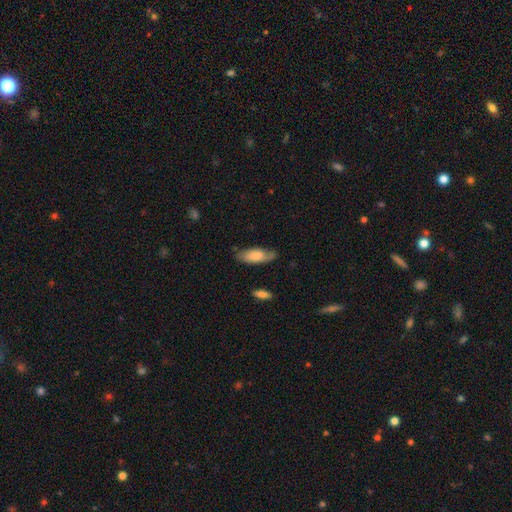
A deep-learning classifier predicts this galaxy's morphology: smooth-or-featured: smooth: 70% | featured or disk: 24% | star or artifact: 6%
  how-rounded: in between: 70% | cigar-shaped: 28% | round: 2%
  merging: none: 68% | minor disturbance: 24% | major disturbance: 6% | merger: 2%